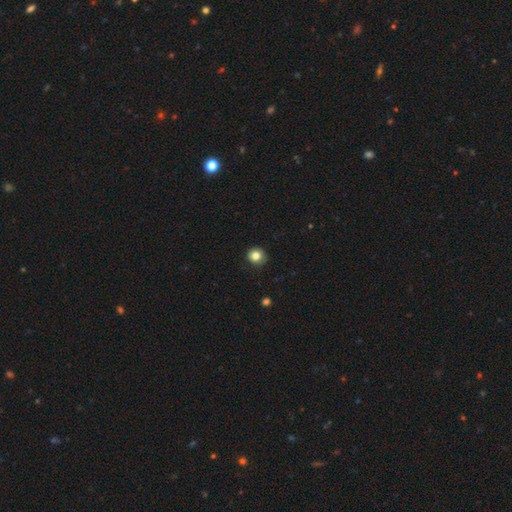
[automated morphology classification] Smooth or featured? Predicted: smooth (p=0.83). How rounded? Predicted: round (p=0.91). Merging? Predicted: none (p=0.87).